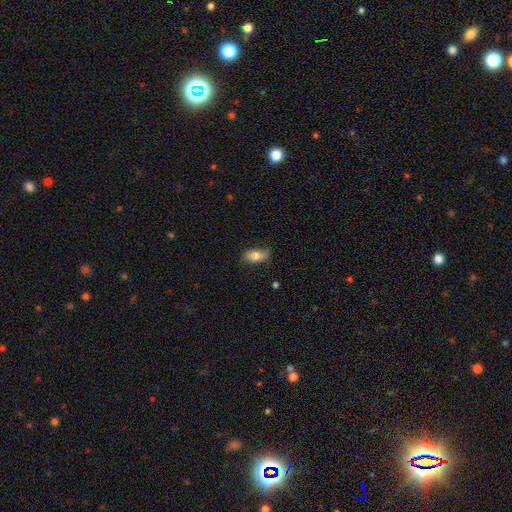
Smooth or featured?
  - smooth: 71% *
  - featured or disk: 24%
  - star or artifact: 5%
How rounded?
  - in between: 93% *
  - round: 7%
  - cigar-shaped: 0%
Merging?
  - none: 69% *
  - minor disturbance: 14%
  - major disturbance: 11%
  - merger: 6%